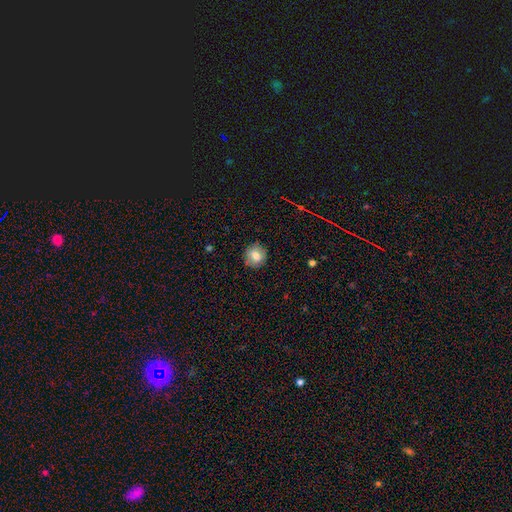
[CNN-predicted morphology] A smooth galaxy with no disk features (75%) that is round (88%). Merging: none (85%).